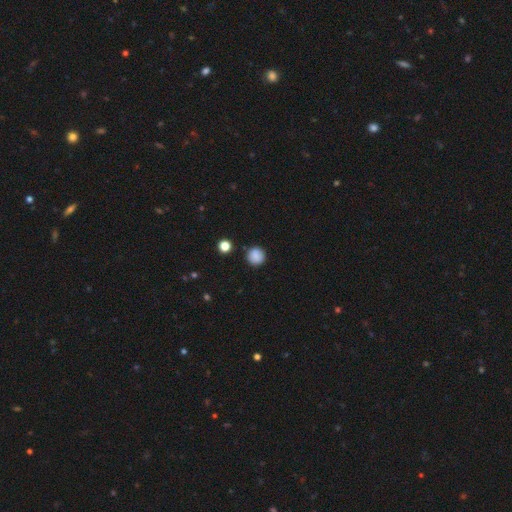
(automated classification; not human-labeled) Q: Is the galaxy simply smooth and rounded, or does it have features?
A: smooth — 85%.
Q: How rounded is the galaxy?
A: round — 94%.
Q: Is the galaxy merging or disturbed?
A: none — 88%.